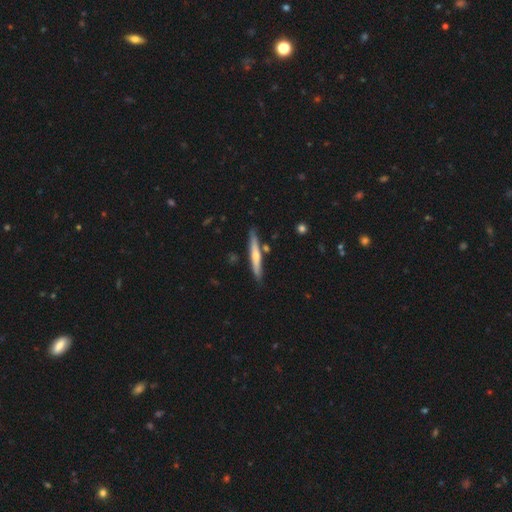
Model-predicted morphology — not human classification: smooth-or-featured: featured or disk: 58% | smooth: 36% | star or artifact: 6%
  disk-edge-on: yes: 96% | no: 4%
    edge-on-bulge: rounded: 73% | none: 23% | boxy: 4%
  merging: none: 86% | minor disturbance: 9% | merger: 4% | major disturbance: 2%